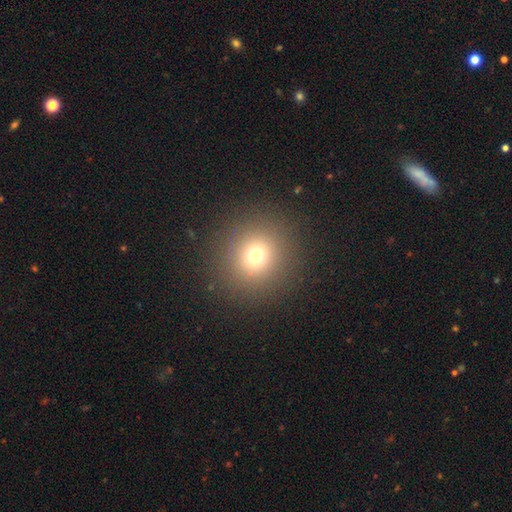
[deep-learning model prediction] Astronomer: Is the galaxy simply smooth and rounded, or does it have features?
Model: smooth — 71%.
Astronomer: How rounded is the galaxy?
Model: round — 92%.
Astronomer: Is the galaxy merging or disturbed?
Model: none — 89%.